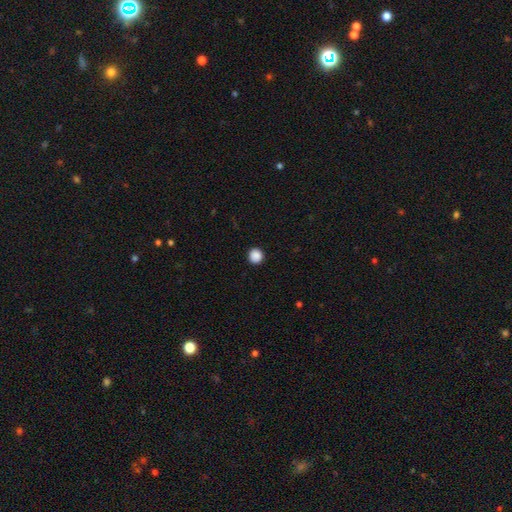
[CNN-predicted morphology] This is clearly a smooth galaxy (89%). How rounded: clearly round (94%). Merging: clearly none (93%).